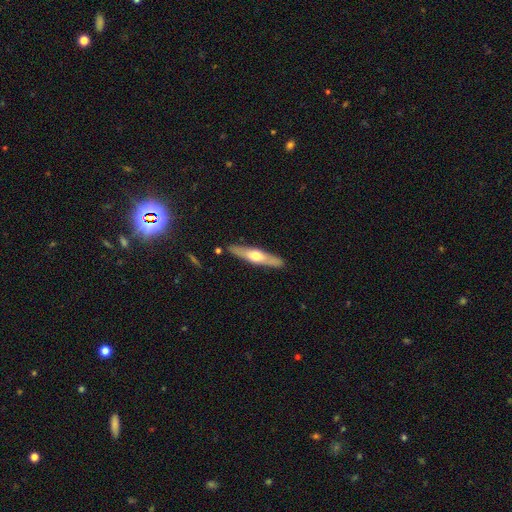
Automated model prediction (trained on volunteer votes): A featured or disk galaxy (56%) viewed edge-on (89%) with a rounded central bulge (91%).

Vote fractions:
- Smooth or featured? featured or disk: 56% / smooth: 38% / star or artifact: 5%
- Edge-on disk? yes: 89% / no: 11%
- Edge-on bulge? rounded: 91% / none: 6% / boxy: 3%
- Merging? none: 87% / minor disturbance: 9% / merger: 2% / major disturbance: 2%